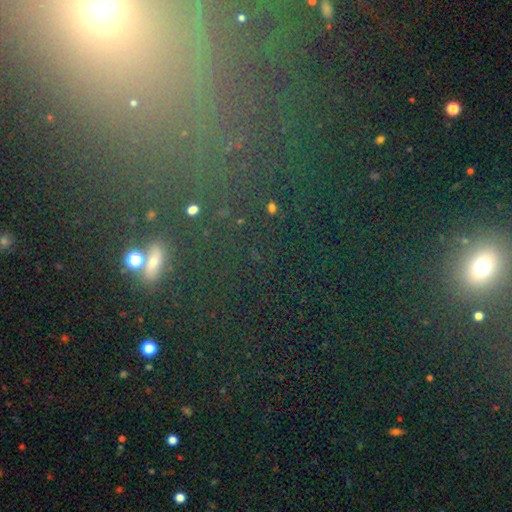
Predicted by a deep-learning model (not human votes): smooth_or_featured: star or artifact (p=0.59) [alt: smooth p=0.28]